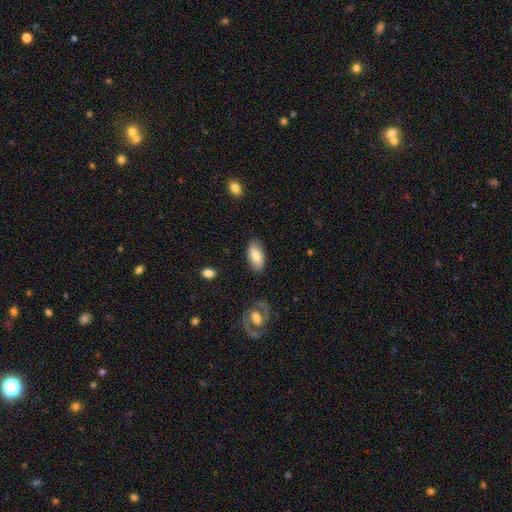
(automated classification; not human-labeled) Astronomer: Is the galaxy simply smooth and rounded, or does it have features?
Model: smooth — 78%.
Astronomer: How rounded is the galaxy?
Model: in between — 91%.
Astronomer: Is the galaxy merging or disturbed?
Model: none — 84%.